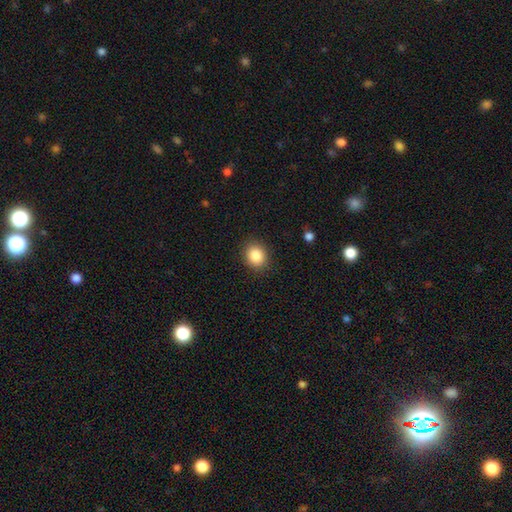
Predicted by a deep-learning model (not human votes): The model was most divided on "how rounded": round: 64%, in between: 35%, cigar-shaped: 1%. More confident: merging — none (89%); smooth or featured — smooth (86%).